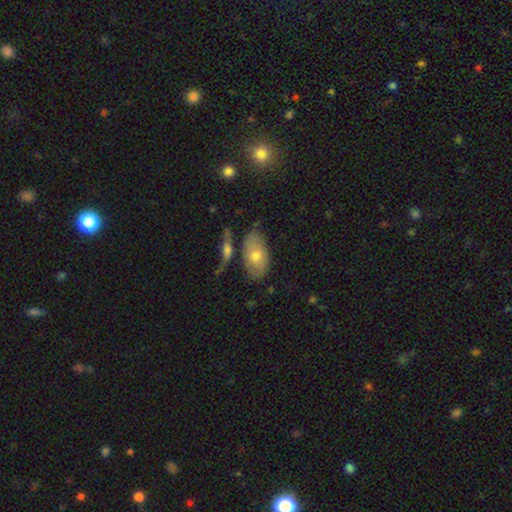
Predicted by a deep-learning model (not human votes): A smooth galaxy with no disk features (65%) that is in between round and cigar-shaped (91%). Merging: none (65%).